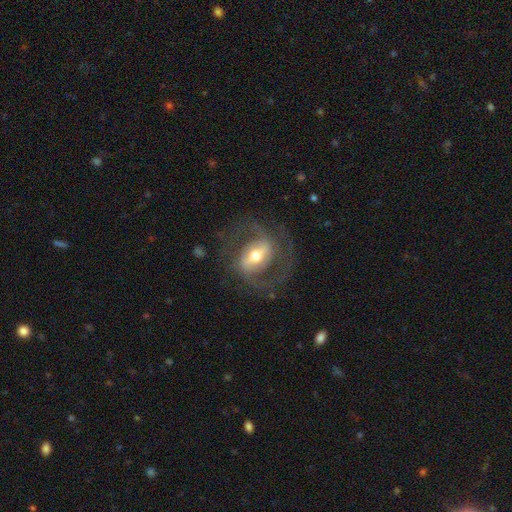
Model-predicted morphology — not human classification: Smooth or featured? Predicted: featured or disk (p=0.81). Edge-on disk? Predicted: no (p=0.94). Bar? Predicted: strong (p=0.55). Spiral arms? Predicted: yes (p=0.82). Spiral winding? Predicted: medium (p=0.52). Spiral arm count? Predicted: 2 (p=0.82). Bulge size? Predicted: moderate (p=0.69). Merging? Predicted: none (p=0.68).